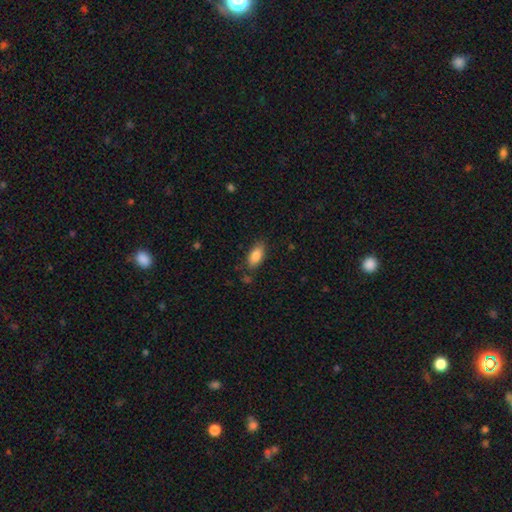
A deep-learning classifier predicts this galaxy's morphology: type=smooth (85%); roundness=in between (89%); merging=none (77%).